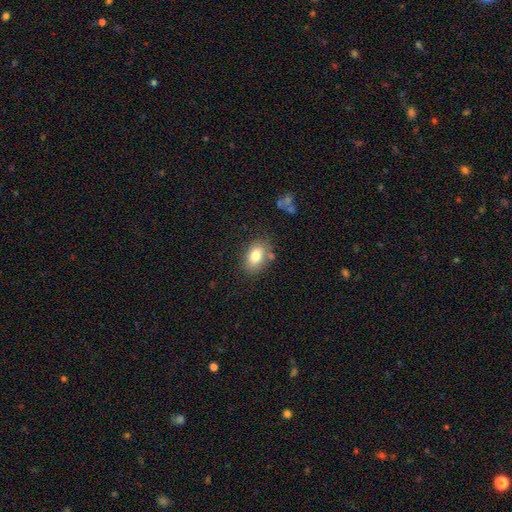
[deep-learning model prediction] Q: Smooth or featured?
A: smooth (79%); runner-up: featured or disk (13%)
Q: How rounded?
A: in between (86%); runner-up: round (12%)
Q: Merging?
A: none (74%); runner-up: minor disturbance (15%)